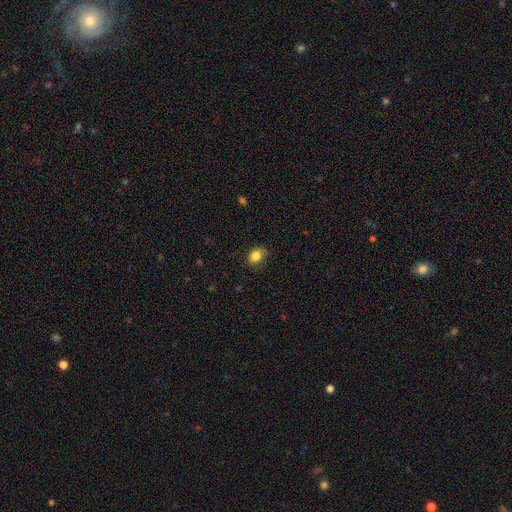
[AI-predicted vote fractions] Smooth or featured: smooth — 85% (star or artifact — 9%)
How rounded: in between — 71% (round — 28%)
Merging: none — 82% (minor disturbance — 14%)